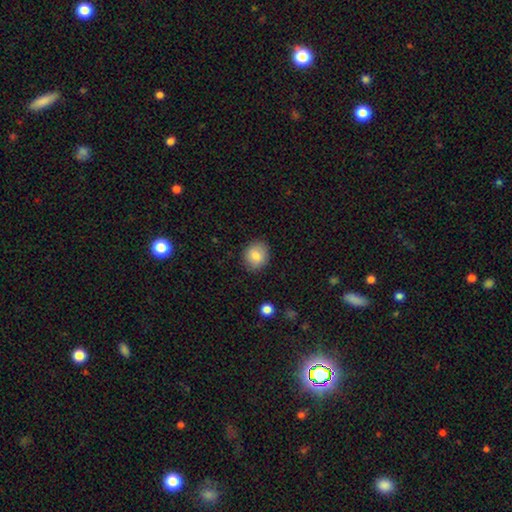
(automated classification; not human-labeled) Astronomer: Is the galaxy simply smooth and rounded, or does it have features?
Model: smooth — 82%.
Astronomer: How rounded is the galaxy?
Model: round — 73%.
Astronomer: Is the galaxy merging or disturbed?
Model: none — 86%.